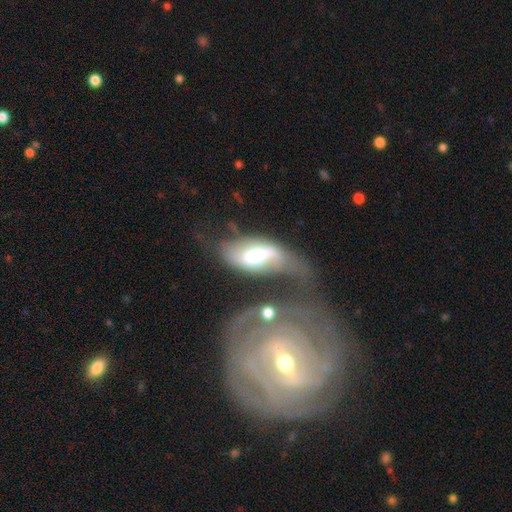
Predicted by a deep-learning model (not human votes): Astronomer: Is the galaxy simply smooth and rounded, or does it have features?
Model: featured or disk — 50% (runner-up: smooth, 43%).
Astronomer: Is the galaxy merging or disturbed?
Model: major disturbance — 36% (runner-up: merger, 30%).